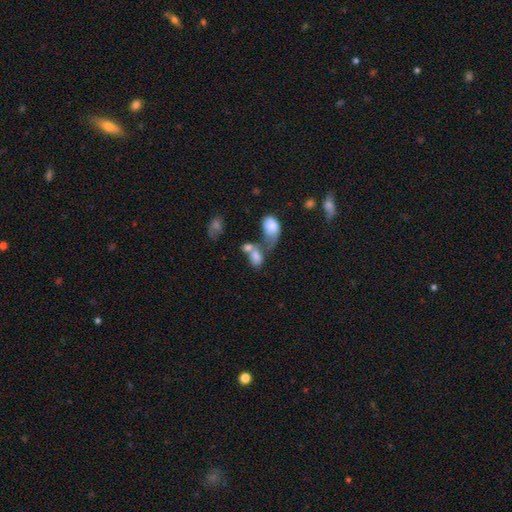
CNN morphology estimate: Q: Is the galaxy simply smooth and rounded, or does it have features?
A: smooth — 69%.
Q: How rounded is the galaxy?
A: in between — 85%.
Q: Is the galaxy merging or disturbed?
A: merger — 60%.